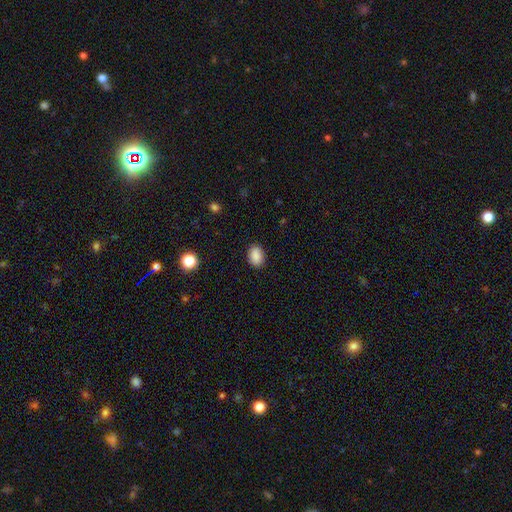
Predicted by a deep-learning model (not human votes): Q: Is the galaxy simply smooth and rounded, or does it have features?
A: smooth — 89%.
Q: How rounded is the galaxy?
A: in between — 76%.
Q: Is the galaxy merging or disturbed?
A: none — 88%.